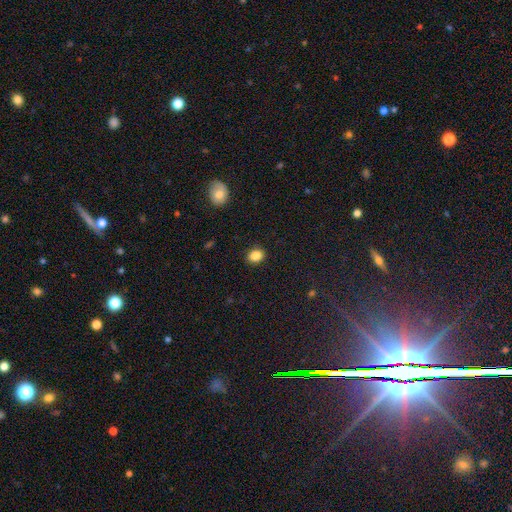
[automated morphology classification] smooth-or-featured: smooth: 85% | star or artifact: 10% | featured or disk: 5%
  how-rounded: in between: 52% | round: 47% | cigar-shaped: 1%
  merging: none: 89% | minor disturbance: 8% | major disturbance: 2% | merger: 1%